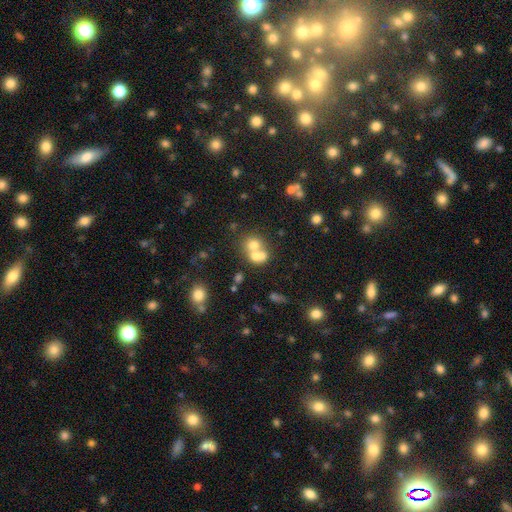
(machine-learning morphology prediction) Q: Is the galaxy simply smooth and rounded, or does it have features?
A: smooth — 64%.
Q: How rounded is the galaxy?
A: round — 67%.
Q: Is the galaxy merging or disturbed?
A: merger — 64%.